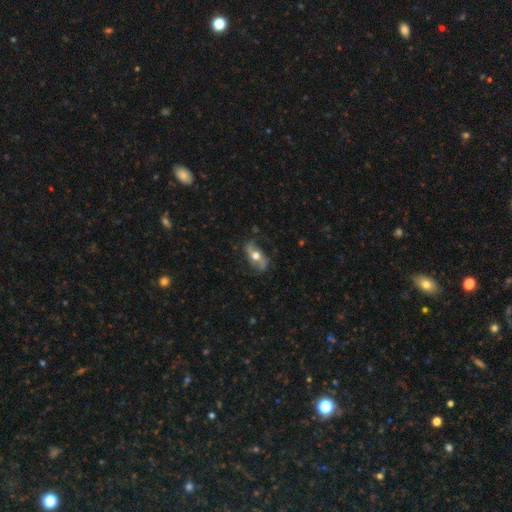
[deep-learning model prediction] Smooth or featured? featured or disk (73%)
Edge-on disk? no (87%)
Bar? no (56%)
Spiral arms? yes (82%)
Spiral winding? loose (69%)
Spiral arm count? 2 (91%)
Bulge size? moderate (66%)
Merging? none (70%)